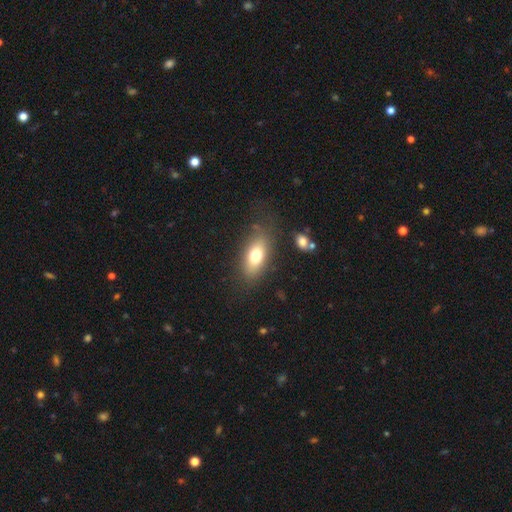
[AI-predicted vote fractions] Smooth or featured?
  - smooth: 72% *
  - featured or disk: 19%
  - star or artifact: 8%
How rounded?
  - in between: 83% *
  - cigar-shaped: 12%
  - round: 6%
Merging?
  - none: 78% *
  - minor disturbance: 14%
  - major disturbance: 6%
  - merger: 3%